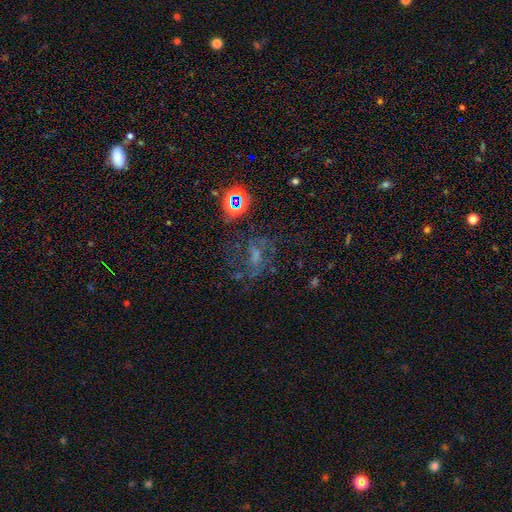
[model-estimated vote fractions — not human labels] smooth-or-featured: featured or disk: 45% | star or artifact: 34% | smooth: 20%
  merging: none: 50% | major disturbance: 27% | minor disturbance: 18% | merger: 5%